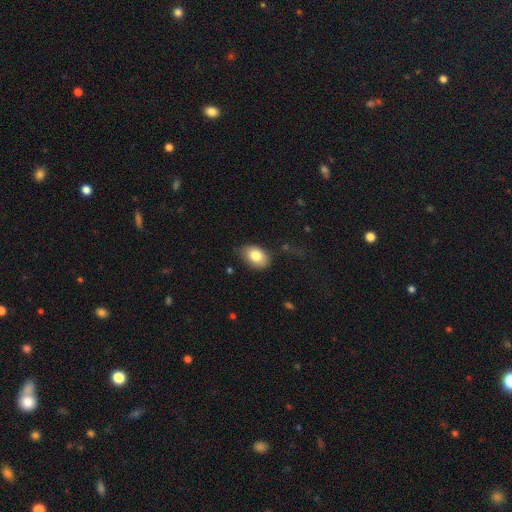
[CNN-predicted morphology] Smooth or featured? Predicted: smooth (p=0.81). How rounded? Predicted: in between (p=0.85). Merging? Predicted: none (p=0.77).